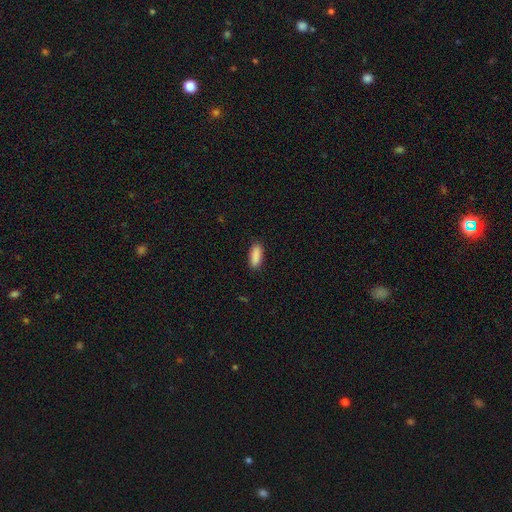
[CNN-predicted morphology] smooth 90%, star or artifact 7%, featured or disk 3%. Down the decision tree: how rounded — in between (77%); merging — none (88%).